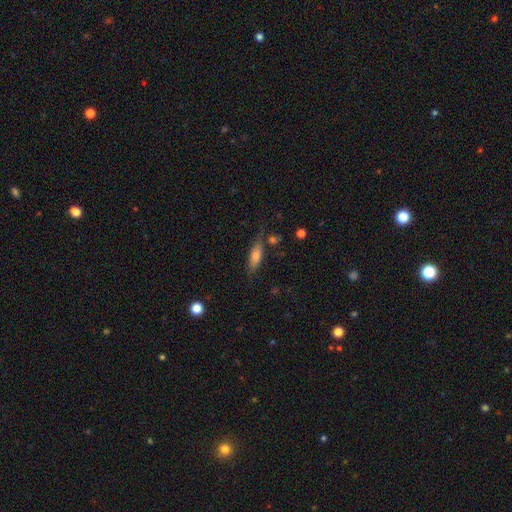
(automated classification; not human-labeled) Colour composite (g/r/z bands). It shows a smooth galaxy with no disk features (63%) that is cigar-shaped (61%). Merging: none (71%).